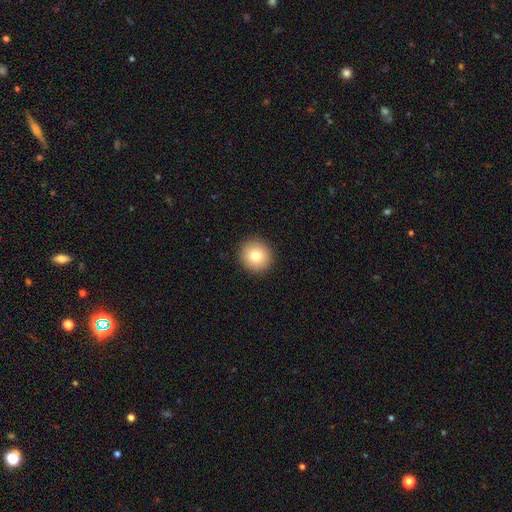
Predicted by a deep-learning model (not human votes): Overall: smooth (81%). How rounded: round (93%). Merging: none (93%).